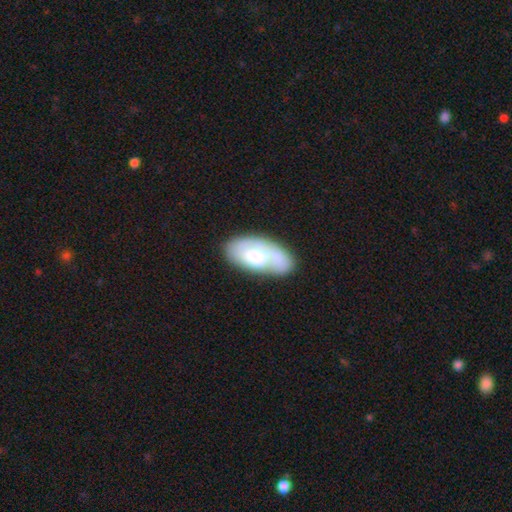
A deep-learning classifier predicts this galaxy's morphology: This appears to be a smooth galaxy with no disk features (50%) that is in between round and cigar-shaped (92%). Merging: none (55%).